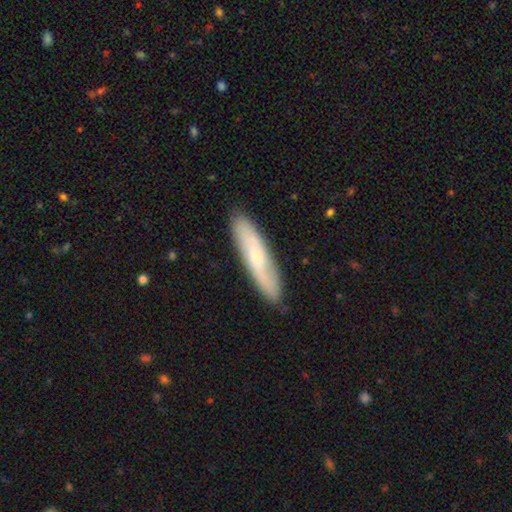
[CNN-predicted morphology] Smooth or featured: smooth — 48% (featured or disk — 47%)
Merging: none — 86% (minor disturbance — 10%)